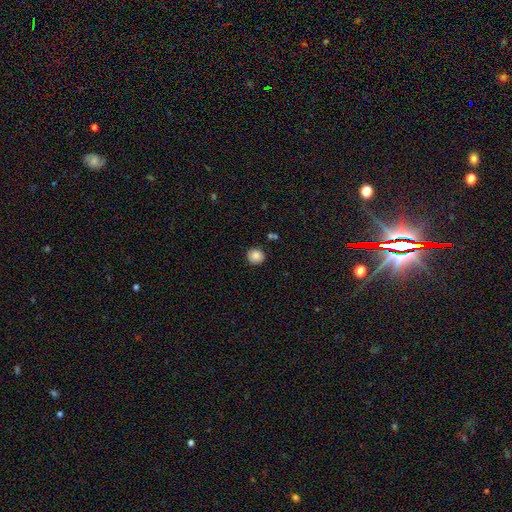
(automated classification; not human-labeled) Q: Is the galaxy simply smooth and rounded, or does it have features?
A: smooth — 87%.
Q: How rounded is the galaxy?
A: round — 91%.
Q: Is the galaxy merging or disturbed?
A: none — 89%.